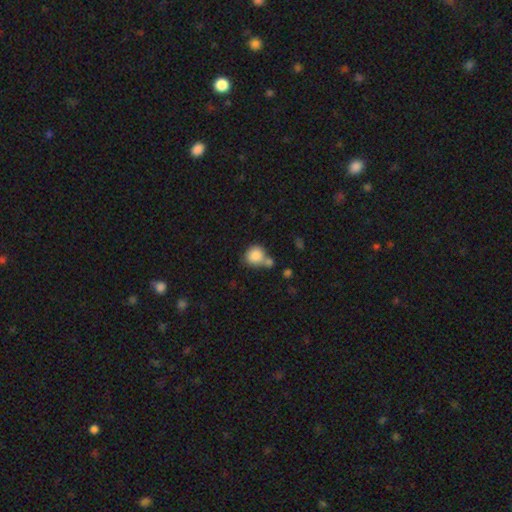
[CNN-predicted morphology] Smooth or featured? Predicted: smooth (p=0.85). How rounded? Predicted: round (p=0.79). Merging? Predicted: none (p=0.48).